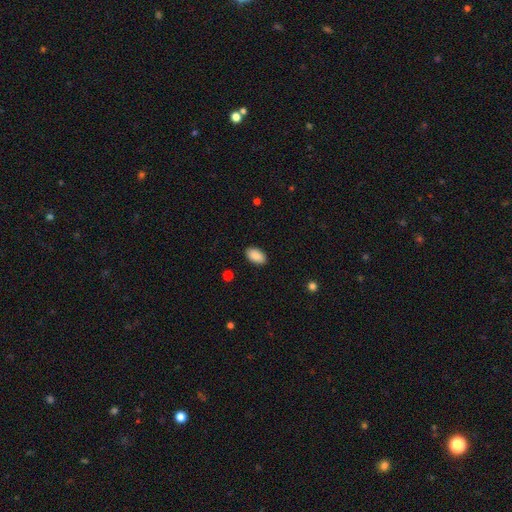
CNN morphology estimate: A smooth galaxy with no disk features (89%) that is in between round and cigar-shaped (95%).

Vote fractions:
- Smooth or featured? smooth: 89% / star or artifact: 7% / featured or disk: 4%
- How rounded? in between: 95% / round: 3% / cigar-shaped: 2%
- Merging? none: 89% / minor disturbance: 8% / major disturbance: 2% / merger: 1%